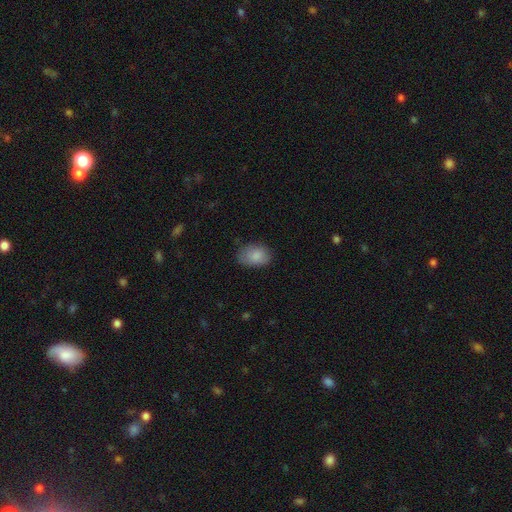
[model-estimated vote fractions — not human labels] A smooth galaxy with no disk features (85%) that is in between round and cigar-shaped (78%).

Vote fractions:
- Smooth or featured? smooth: 85% / featured or disk: 8% / star or artifact: 7%
- How rounded? in between: 78% / round: 21% / cigar-shaped: 1%
- Merging? none: 71% / minor disturbance: 23% / major disturbance: 6% / merger: 1%